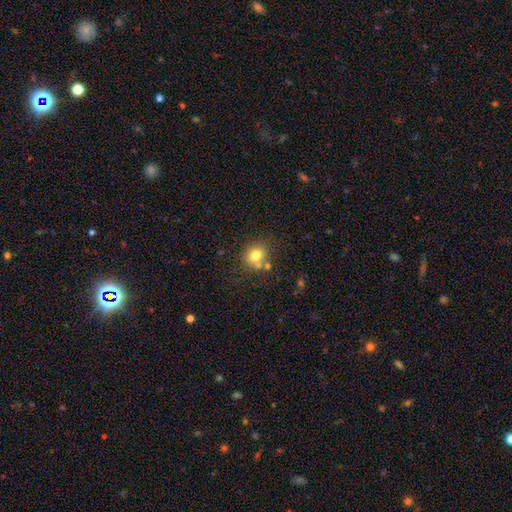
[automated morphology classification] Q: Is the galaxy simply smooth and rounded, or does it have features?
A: smooth — 76%.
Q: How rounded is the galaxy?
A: round — 73%.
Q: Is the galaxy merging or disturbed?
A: none — 66%.